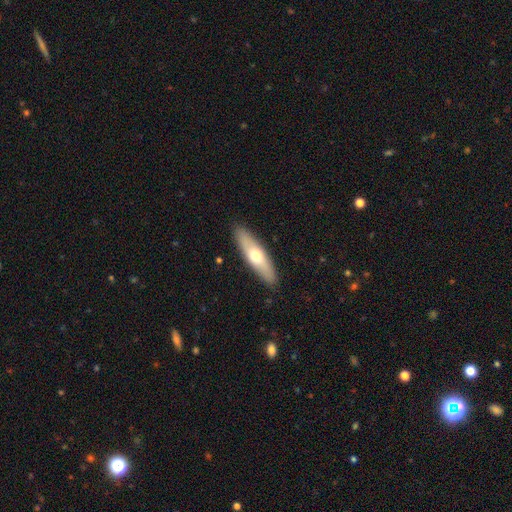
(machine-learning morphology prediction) Smooth or featured: smooth — 57% (featured or disk — 38%)
How rounded: cigar-shaped — 62% (in between — 36%)
Merging: none — 89% (minor disturbance — 8%)